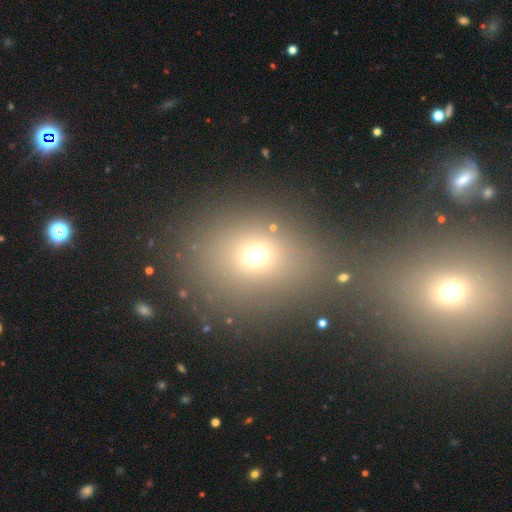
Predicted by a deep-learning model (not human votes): Q: Smooth or featured?
A: smooth (64%); runner-up: star or artifact (23%)
Q: How rounded?
A: round (56%); runner-up: in between (42%)
Q: Merging?
A: none (59%); runner-up: merger (22%)